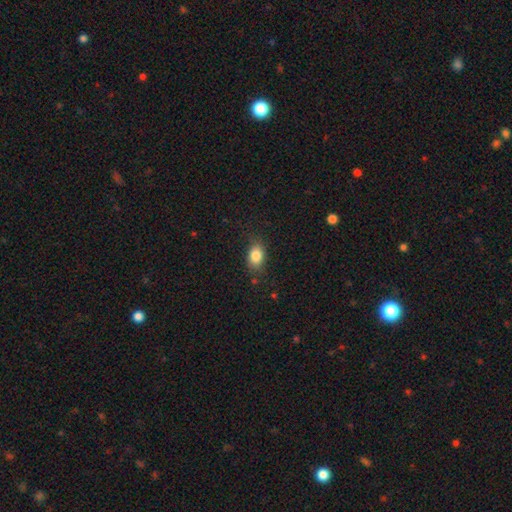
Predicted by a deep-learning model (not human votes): This appears to be a smooth galaxy with no disk features (84%) that is in between round and cigar-shaped (80%). Merging: none (77%).